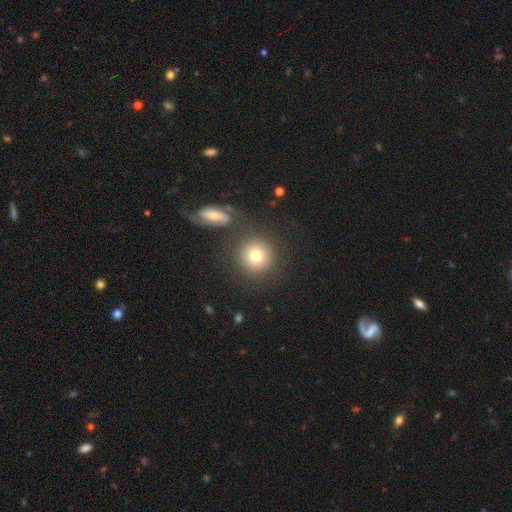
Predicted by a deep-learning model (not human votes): This is likely a smooth galaxy (77%). How rounded: clearly round (92%). Merging: likely none (77%).